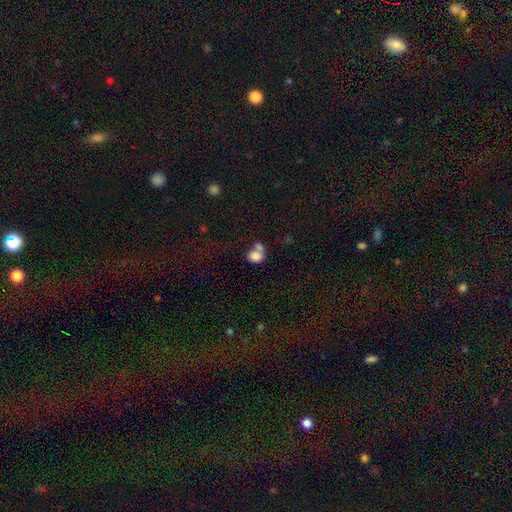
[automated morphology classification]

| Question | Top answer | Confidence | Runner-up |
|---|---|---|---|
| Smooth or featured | smooth | 81% | featured or disk (10%) |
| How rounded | in between | 56% | round (42%) |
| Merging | merger | 54% | none (30%) |